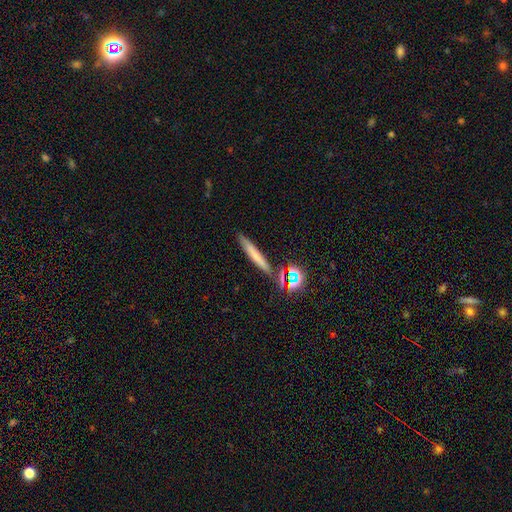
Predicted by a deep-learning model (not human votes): Smooth or featured?
  - smooth: 63% *
  - featured or disk: 23%
  - star or artifact: 14%
How rounded?
  - cigar-shaped: 91% *
  - in between: 5%
  - round: 4%
Merging?
  - none: 85% *
  - minor disturbance: 8%
  - merger: 5%
  - major disturbance: 2%